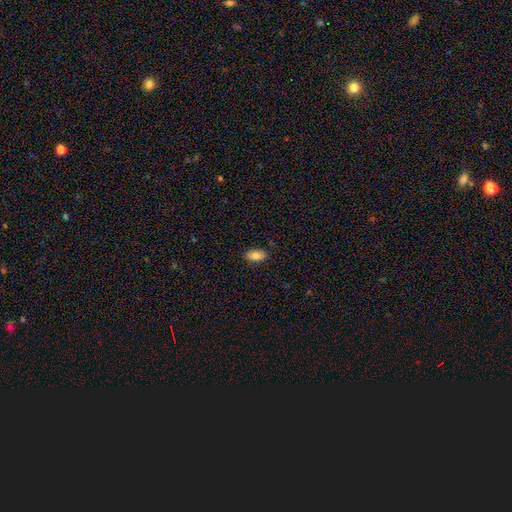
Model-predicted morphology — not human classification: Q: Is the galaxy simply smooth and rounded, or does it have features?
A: smooth — 81%.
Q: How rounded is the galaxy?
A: in between — 89%.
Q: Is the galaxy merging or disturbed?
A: none — 87%.